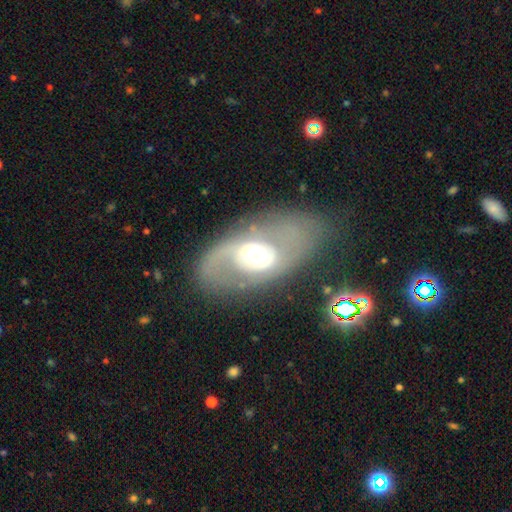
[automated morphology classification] Smooth or featured: featured or disk — 74% (smooth — 19%)
Edge-on disk: no — 92% (yes — 8%)
Bar: no — 66% (weak — 24%)
Spiral arms: yes — 60% (no — 40%)
Bulge size: moderate — 62% (large — 25%)
Merging: none — 73% (minor disturbance — 14%)